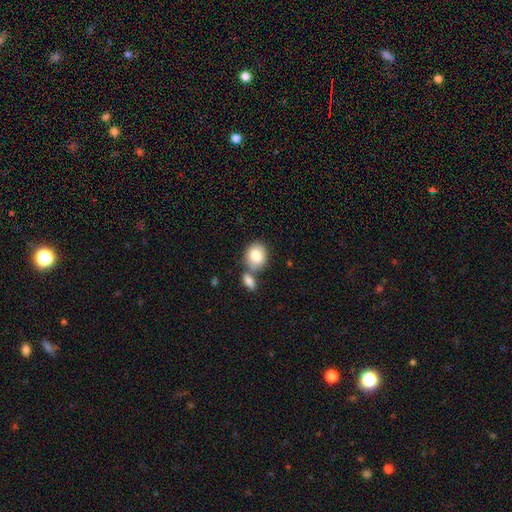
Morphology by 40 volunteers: Q: Smooth or featured?
A: smooth (80%); runner-up: featured or disk (12%)
Q: How rounded?
A: in between (69%); runner-up: round (31%)
Q: Merging?
A: none (59%); runner-up: merger (35%)